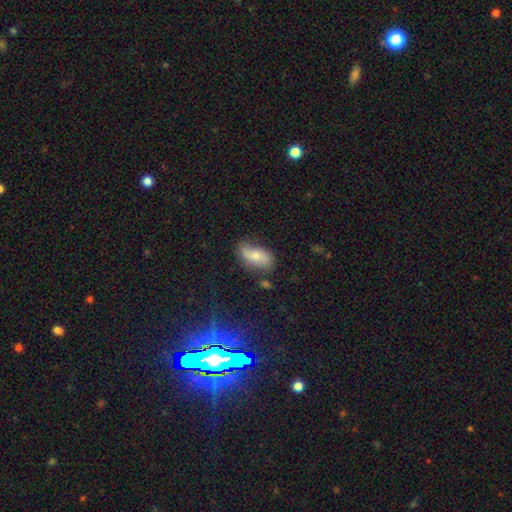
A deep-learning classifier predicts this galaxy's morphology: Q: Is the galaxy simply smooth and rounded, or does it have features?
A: smooth — 58%.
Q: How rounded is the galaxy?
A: in between — 90%.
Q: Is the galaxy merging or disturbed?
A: none — 62%.